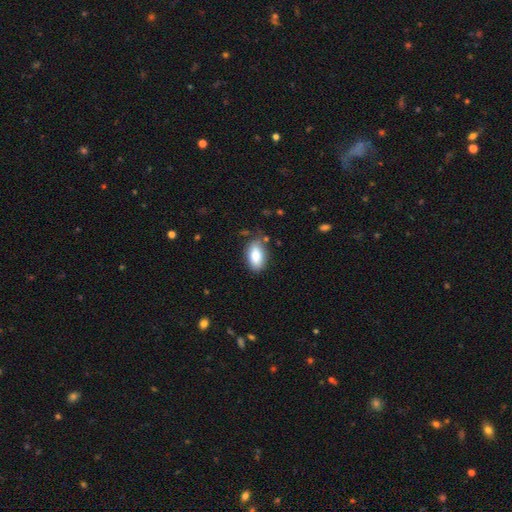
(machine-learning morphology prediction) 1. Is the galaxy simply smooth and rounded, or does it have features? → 86% smooth, 7% featured or disk, 7% star or artifact.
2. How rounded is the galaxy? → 93% in between, 4% round, 3% cigar-shaped.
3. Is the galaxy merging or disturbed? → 75% none, 18% minor disturbance, 4% major disturbance, 3% merger.